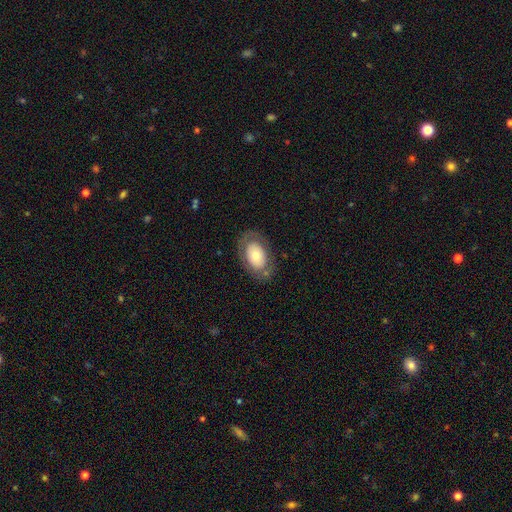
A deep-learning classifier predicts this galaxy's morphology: Smooth or featured: smooth — 61% (featured or disk — 33%)
How rounded: in between — 88% (round — 11%)
Merging: none — 76% (minor disturbance — 15%)